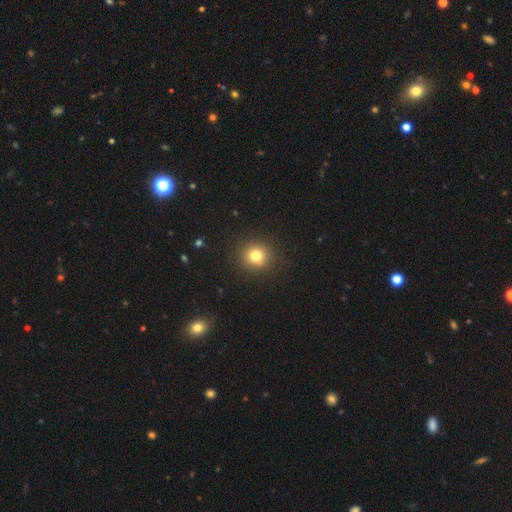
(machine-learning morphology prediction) Overall: smooth (78%). How rounded: round (91%). Merging: none (88%).